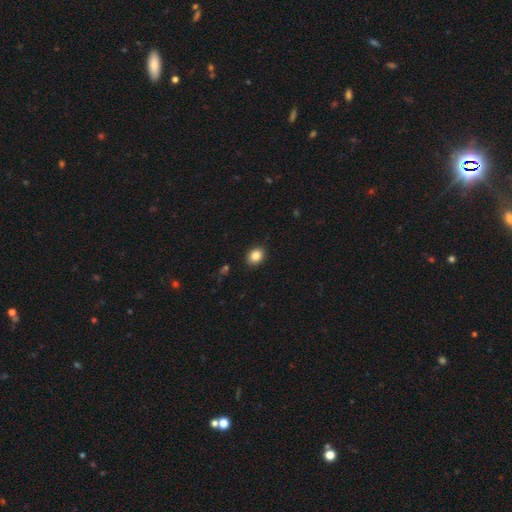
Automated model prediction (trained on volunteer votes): A smooth galaxy with no disk features (86%) that is in between round and cigar-shaped (54%).

Vote fractions:
- Smooth or featured? smooth: 86% / star or artifact: 9% / featured or disk: 5%
- How rounded? in between: 54% / round: 45% / cigar-shaped: 1%
- Merging? none: 90% / minor disturbance: 7% / major disturbance: 2% / merger: 1%